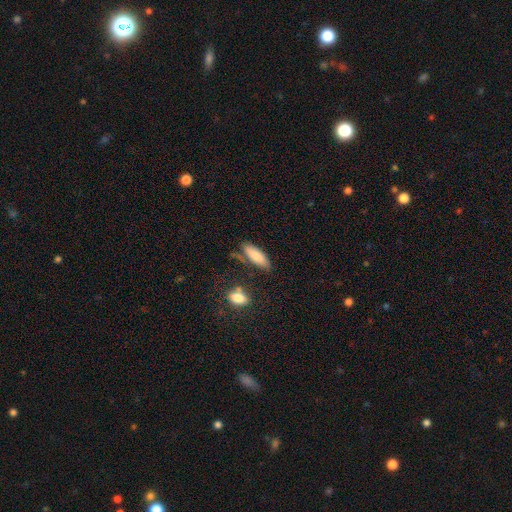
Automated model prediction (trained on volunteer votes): Morphology: type=smooth (81%); roundness=in between (59%); merging=none (68%).